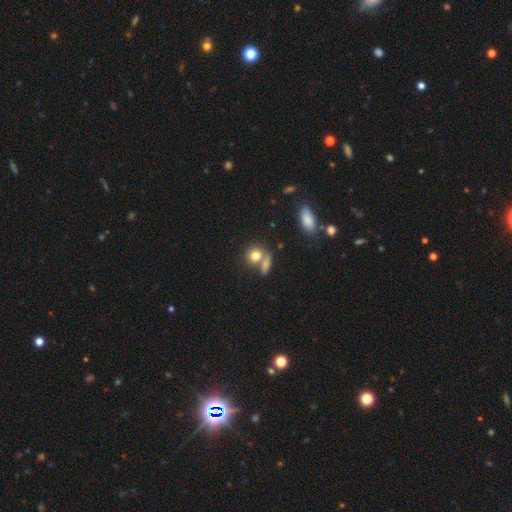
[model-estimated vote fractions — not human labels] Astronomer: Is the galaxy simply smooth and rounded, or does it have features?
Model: smooth — 78%.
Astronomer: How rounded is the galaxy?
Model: round — 74%.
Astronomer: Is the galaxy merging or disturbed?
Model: none — 51% (runner-up: merger, 34%).